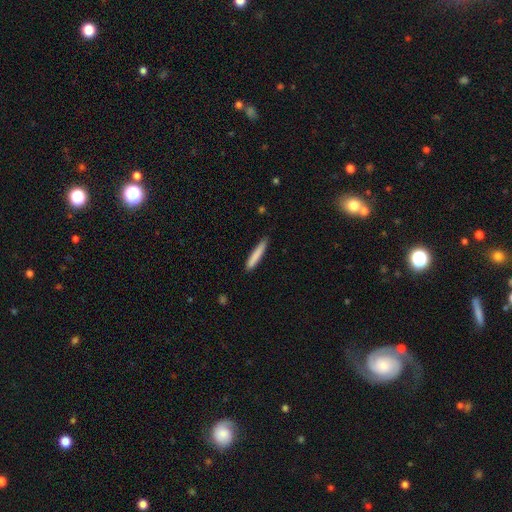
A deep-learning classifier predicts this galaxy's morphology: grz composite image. It shows a smooth galaxy with no disk features (82%) that is cigar-shaped (93%). Merging: none (83%).